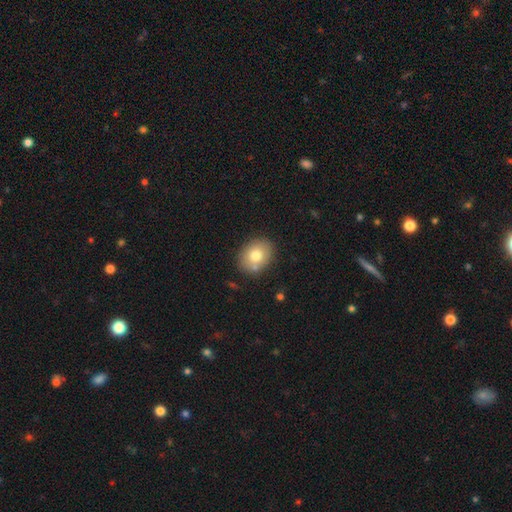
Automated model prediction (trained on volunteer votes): smooth 76%, featured or disk 15%, star or artifact 9%. Down the decision tree: how rounded — in between (53%); merging — none (78%).